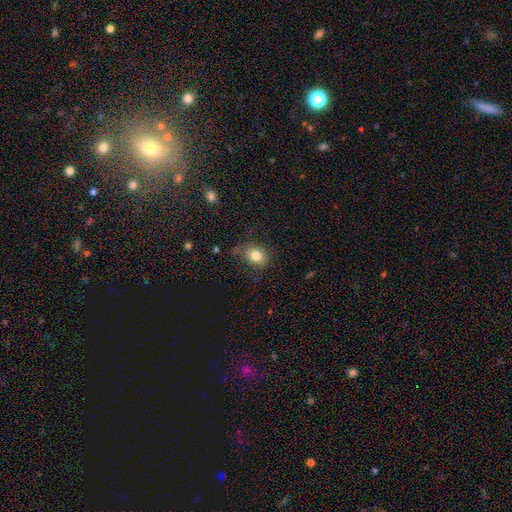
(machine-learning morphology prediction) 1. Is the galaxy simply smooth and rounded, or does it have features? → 81% smooth, 10% star or artifact, 9% featured or disk.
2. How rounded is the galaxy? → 61% in between, 38% round, 1% cigar-shaped.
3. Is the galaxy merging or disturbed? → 66% none, 23% minor disturbance, 9% major disturbance, 2% merger.